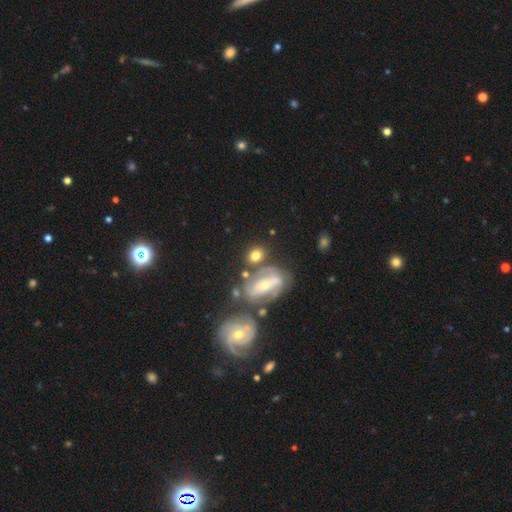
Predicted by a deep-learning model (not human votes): smooth-or-featured: smooth: 60% | featured or disk: 29% | star or artifact: 10%
  how-rounded: round: 57% | in between: 41% | cigar-shaped: 2%
  merging: none: 59% | merger: 19% | minor disturbance: 15% | major disturbance: 7%